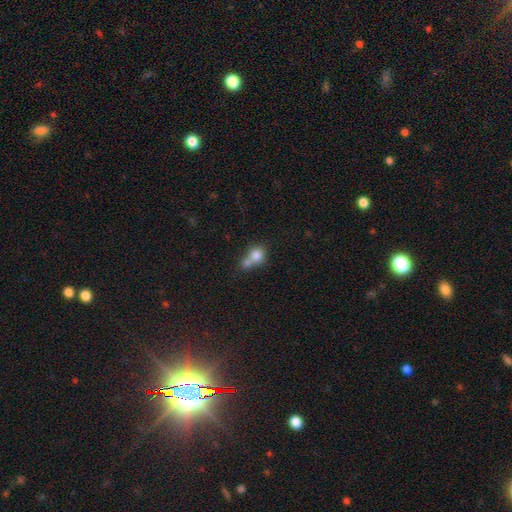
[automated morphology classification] This is likely a smooth galaxy (78%). How rounded: likely round (75%). Merging: possibly merger (58%).